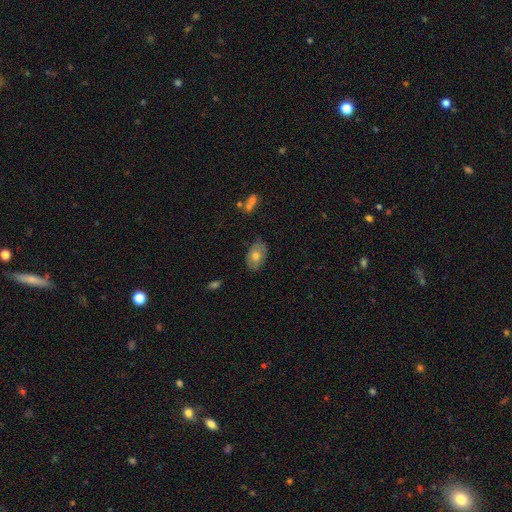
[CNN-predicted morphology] A smooth galaxy with no disk features (62%) that is in between round and cigar-shaped (85%). Merging: none (80%).